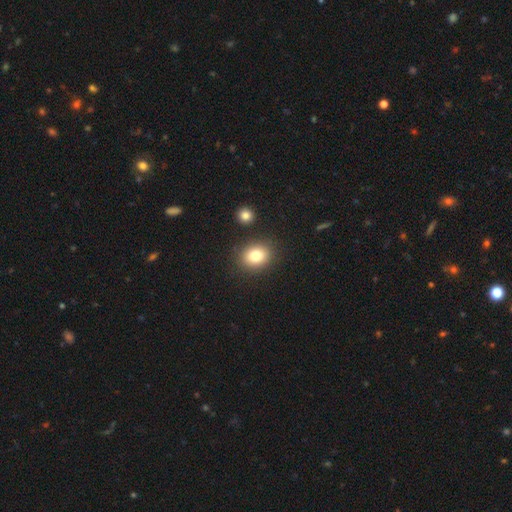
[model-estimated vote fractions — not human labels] smooth-or-featured: smooth: 80% | star or artifact: 11% | featured or disk: 9%
  how-rounded: round: 55% | in between: 44% | cigar-shaped: 1%
  merging: none: 85% | minor disturbance: 8% | merger: 4% | major disturbance: 3%